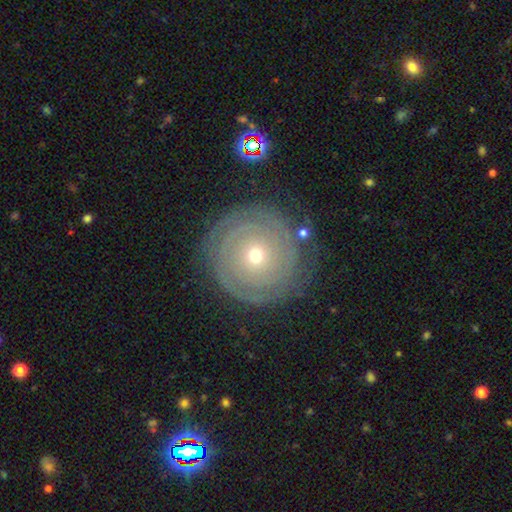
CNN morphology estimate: Q: Smooth or featured?
A: featured or disk (76%); runner-up: smooth (17%)
Q: Edge-on disk?
A: no (97%); runner-up: yes (3%)
Q: Bar?
A: no (83%); runner-up: weak (13%)
Q: Spiral arms?
A: yes (86%); runner-up: no (14%)
Q: Spiral winding?
A: tight (88%); runner-up: medium (9%)
Q: Spiral arm count?
A: can't tell (36%); runner-up: 2 (29%)
Q: Bulge size?
A: small (62%); runner-up: moderate (34%)
Q: Merging?
A: none (82%); runner-up: minor disturbance (11%)